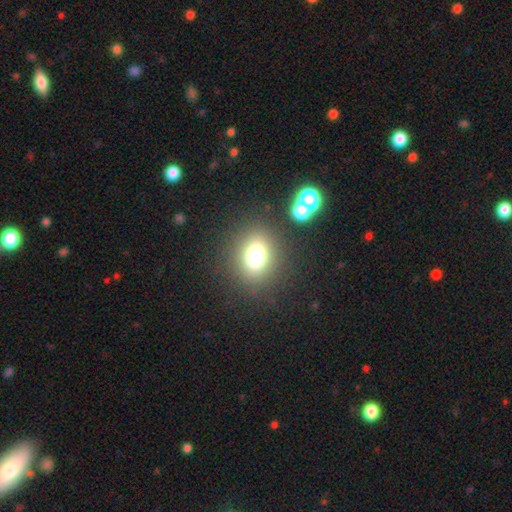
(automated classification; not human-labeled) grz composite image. It shows a smooth galaxy with no disk features (74%) that is round (58%). Merging: none (83%).